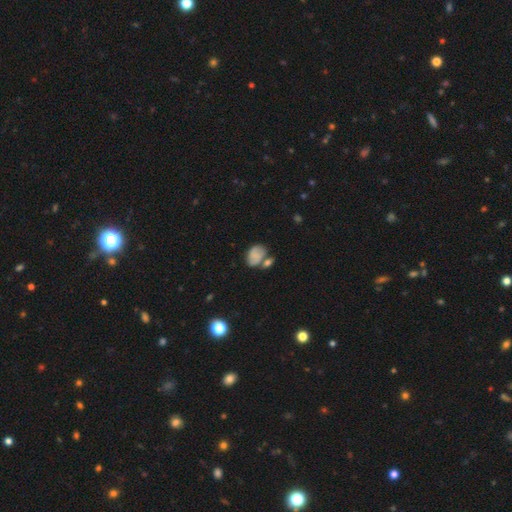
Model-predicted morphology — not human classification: A smooth galaxy with no disk features (60%) that is in between round and cigar-shaped (73%).

Vote fractions:
- Smooth or featured? smooth: 60% / featured or disk: 29% / star or artifact: 11%
- How rounded? in between: 73% / round: 25% / cigar-shaped: 2%
- Merging? none: 38% / merger: 31% / minor disturbance: 21% / major disturbance: 10%